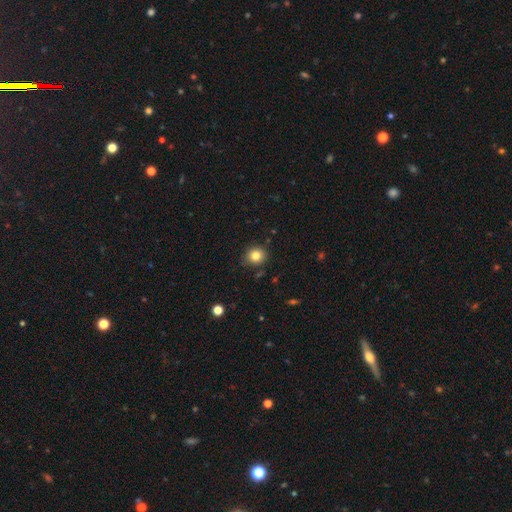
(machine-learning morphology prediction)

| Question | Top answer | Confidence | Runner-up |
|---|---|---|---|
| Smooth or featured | smooth | 82% | star or artifact (12%) |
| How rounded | round | 81% | in between (18%) |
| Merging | none | 85% | minor disturbance (11%) |